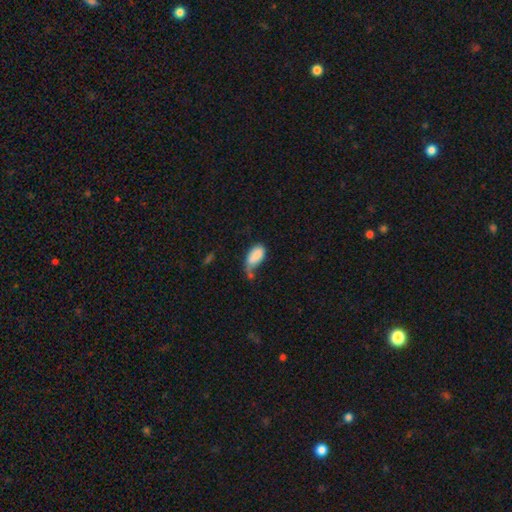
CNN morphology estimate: Smooth or featured: smooth — 84% (featured or disk — 9%)
How rounded: in between — 93% (cigar-shaped — 4%)
Merging: minor disturbance — 32% (none — 27%)